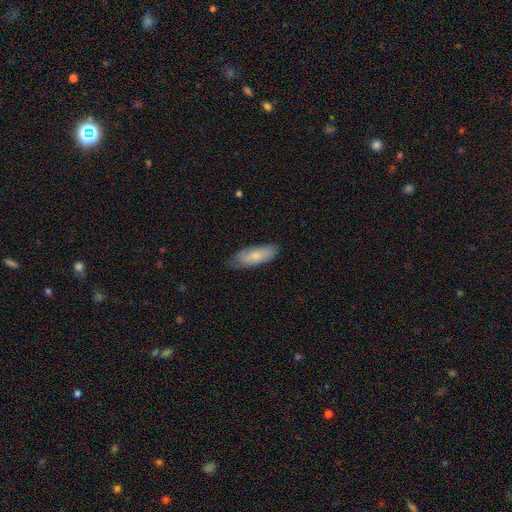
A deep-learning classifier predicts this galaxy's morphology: A smooth galaxy with no disk features (74%) that is in between round and cigar-shaped (67%). Merging: none (73%).